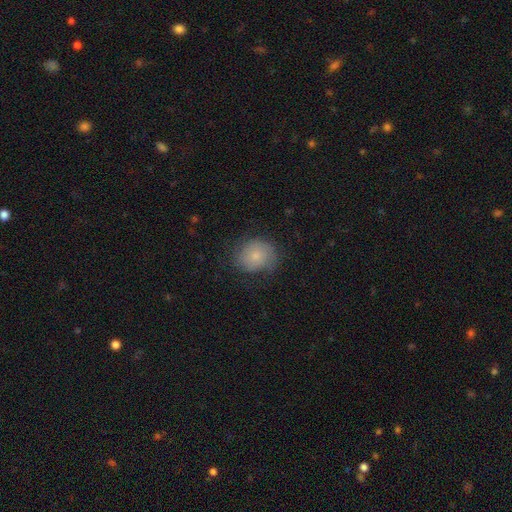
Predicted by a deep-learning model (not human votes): The model was most divided on "how rounded": round: 68%, in between: 31%, cigar-shaped: 1%. More confident: smooth or featured — smooth (74%); merging — none (66%).